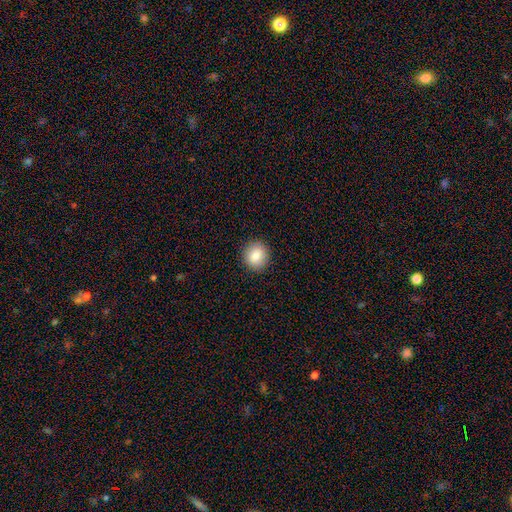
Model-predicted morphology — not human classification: type=smooth (86%); roundness=round (84%); merging=none (91%).